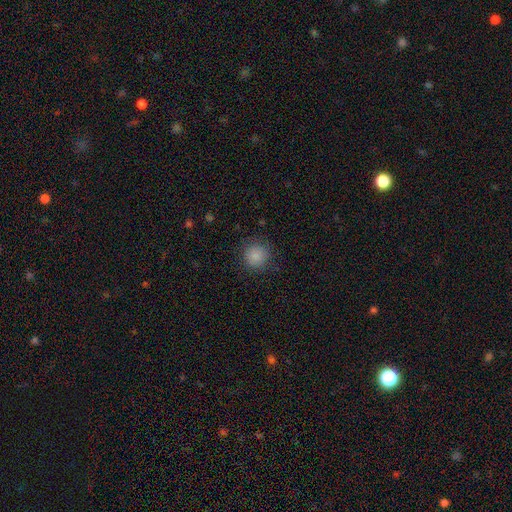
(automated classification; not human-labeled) This appears to be a smooth galaxy with no disk features (86%) that is round (93%). Merging: none (86%).